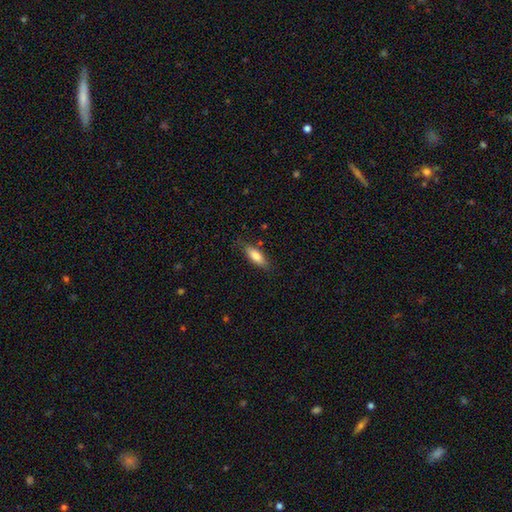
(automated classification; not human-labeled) This is likely a smooth galaxy (79%). How rounded: possibly in between (59%). Merging: likely none (79%).